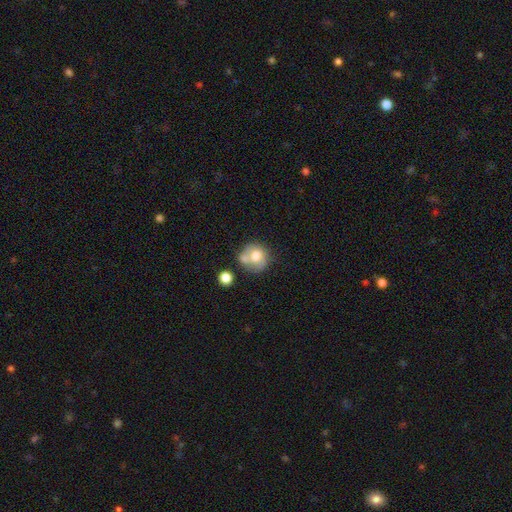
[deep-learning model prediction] This appears to be a smooth galaxy with no disk features (65%) that is round (81%). Merging: none (40%).